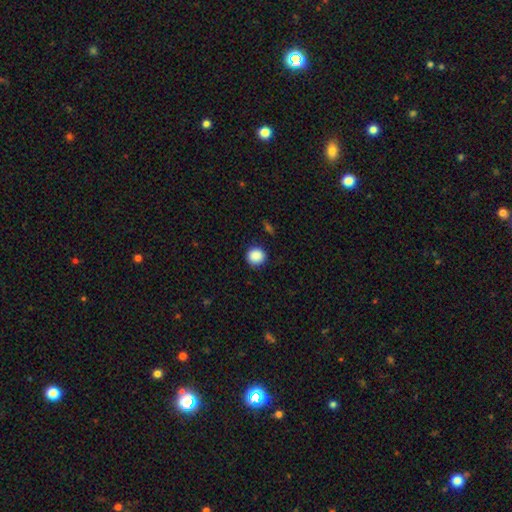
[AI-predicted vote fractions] Morphology: type=smooth (89%); roundness=round (90%); merging=none (89%).